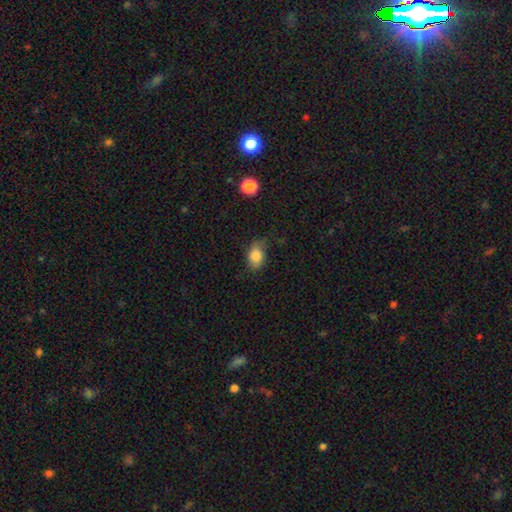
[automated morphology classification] Smooth or featured? smooth (81%)
How rounded? in between (81%)
Merging? none (62%)